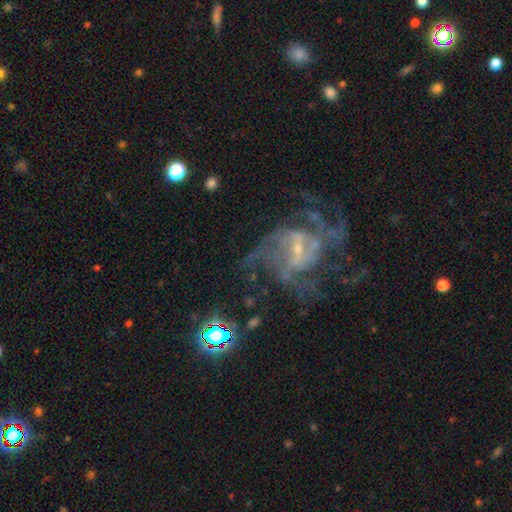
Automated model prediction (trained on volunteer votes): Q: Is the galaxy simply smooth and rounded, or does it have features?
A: featured or disk — 76%.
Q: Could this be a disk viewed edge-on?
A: no — 97%.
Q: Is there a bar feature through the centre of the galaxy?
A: weak — 50%.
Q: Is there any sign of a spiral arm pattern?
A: yes — 87%.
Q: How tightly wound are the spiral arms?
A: medium — 47%.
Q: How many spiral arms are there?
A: can't tell — 38%.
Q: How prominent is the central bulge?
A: small — 66%.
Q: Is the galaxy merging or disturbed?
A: none — 53%.